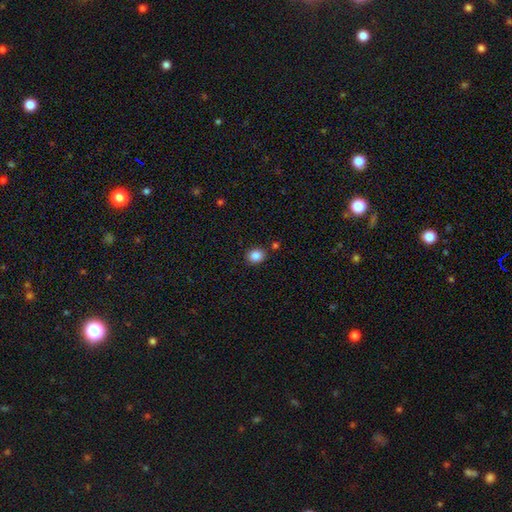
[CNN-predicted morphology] Smooth or featured?
  - smooth: 85% *
  - star or artifact: 10%
  - featured or disk: 5%
How rounded?
  - round: 67% *
  - in between: 33%
  - cigar-shaped: 1%
Merging?
  - none: 86% *
  - minor disturbance: 8%
  - merger: 4%
  - major disturbance: 2%